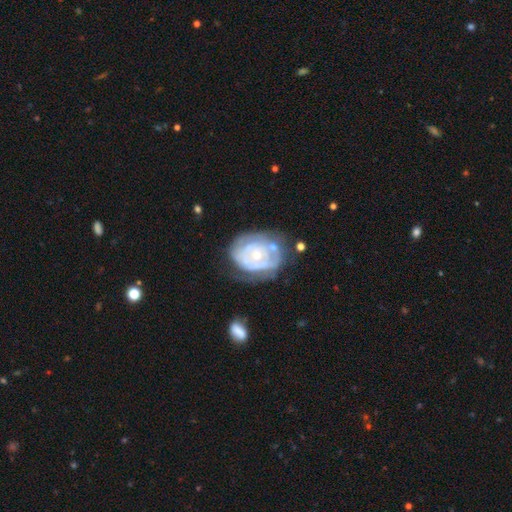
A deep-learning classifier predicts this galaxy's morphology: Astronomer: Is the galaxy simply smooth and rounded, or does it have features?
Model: featured or disk — 74%.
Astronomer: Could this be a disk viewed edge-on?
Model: no — 97%.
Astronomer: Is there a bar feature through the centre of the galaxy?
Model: no — 86%.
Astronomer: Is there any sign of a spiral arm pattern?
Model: yes — 56% (runner-up: no, 44%).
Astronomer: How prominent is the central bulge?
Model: small — 62%.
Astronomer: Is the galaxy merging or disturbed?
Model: none — 49% (runner-up: minor disturbance, 26%).